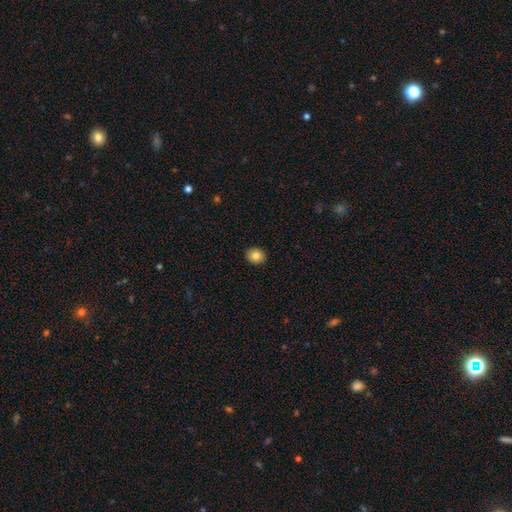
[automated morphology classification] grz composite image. It shows a smooth galaxy with no disk features (83%) that is round (67%). Merging: none (91%).